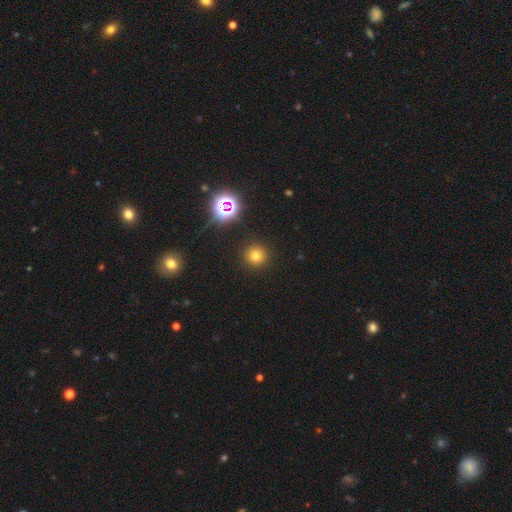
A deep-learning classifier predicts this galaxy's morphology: A smooth galaxy with no disk features (73%) that is round (95%). Merging: none (91%).